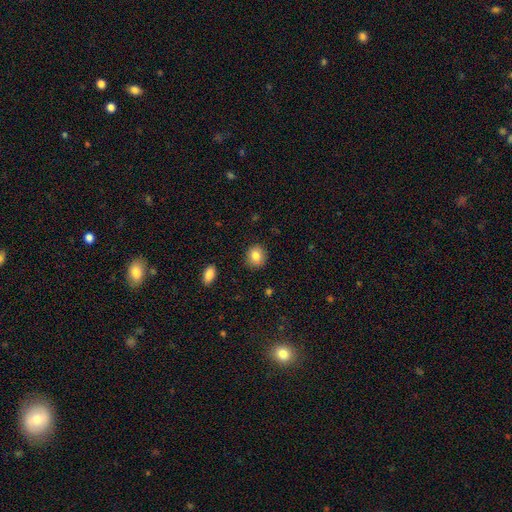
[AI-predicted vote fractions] A smooth galaxy with no disk features (83%) that is round (80%).

Vote fractions:
- Smooth or featured? smooth: 83% / star or artifact: 9% / featured or disk: 8%
- How rounded? round: 80% / in between: 19% / cigar-shaped: 1%
- Merging? none: 89% / minor disturbance: 8% / major disturbance: 2% / merger: 1%